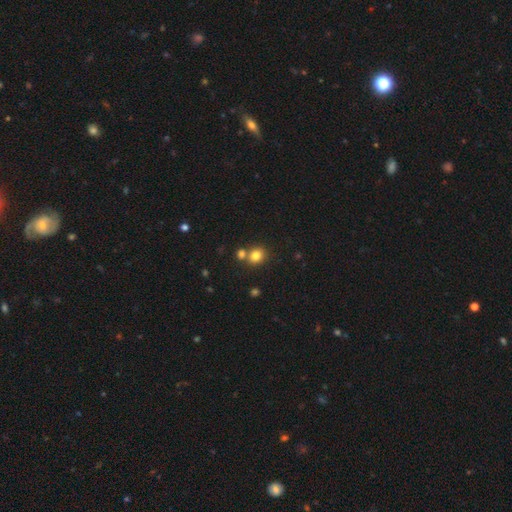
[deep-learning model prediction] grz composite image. It shows a smooth galaxy with no disk features (81%) that is round (72%). Merging: none (61%).